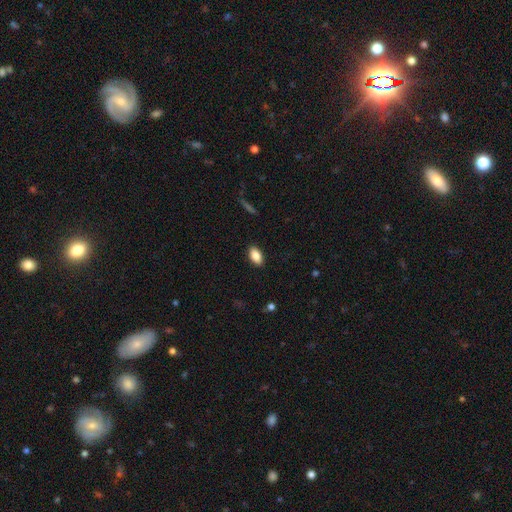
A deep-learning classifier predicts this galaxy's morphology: Overall: smooth (87%). How rounded: in between (92%). Merging: none (89%).